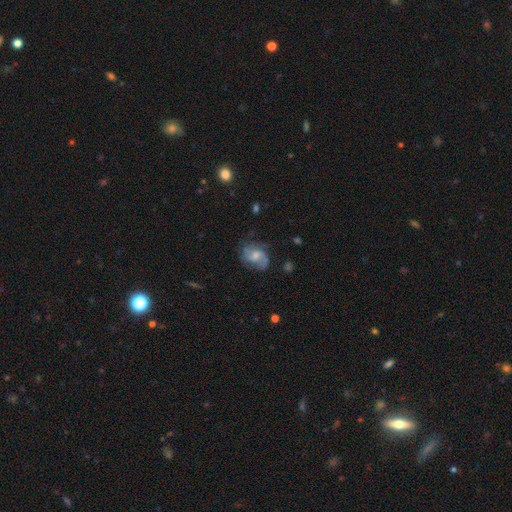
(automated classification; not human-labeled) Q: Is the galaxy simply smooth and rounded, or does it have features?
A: featured or disk — 69%.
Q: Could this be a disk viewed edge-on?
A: no — 97%.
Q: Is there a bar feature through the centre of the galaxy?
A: no — 54%.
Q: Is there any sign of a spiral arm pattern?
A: yes — 91%.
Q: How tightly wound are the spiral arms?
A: medium — 48%.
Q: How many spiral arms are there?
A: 2 — 67%.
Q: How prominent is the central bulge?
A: moderate — 45%.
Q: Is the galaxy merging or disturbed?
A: none — 63%.